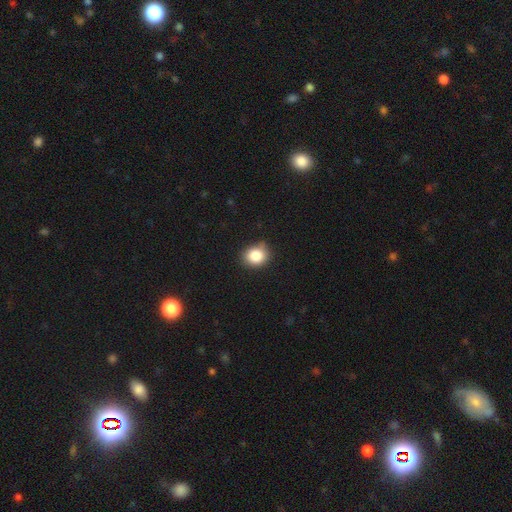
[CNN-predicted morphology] smooth_or_featured: smooth (p=0.85) [alt: star or artifact p=0.10]
how_rounded: round (p=0.65) [alt: in between p=0.34]
merging: none (p=0.77) [alt: minor disturbance p=0.18]